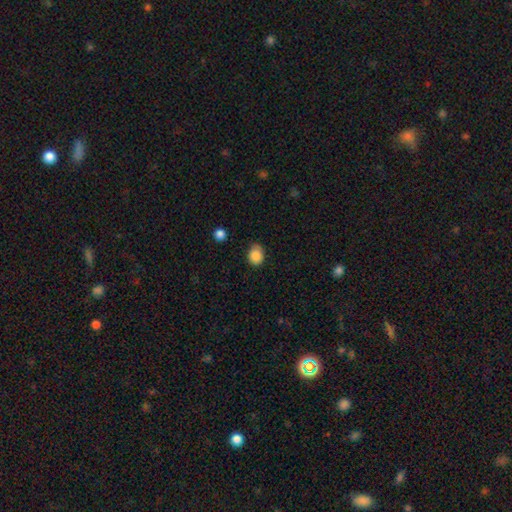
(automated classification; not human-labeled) smooth-or-featured: smooth: 87% | star or artifact: 9% | featured or disk: 4%
  how-rounded: round: 55% | in between: 44% | cigar-shaped: 1%
  merging: none: 70% | minor disturbance: 24% | major disturbance: 4% | merger: 2%